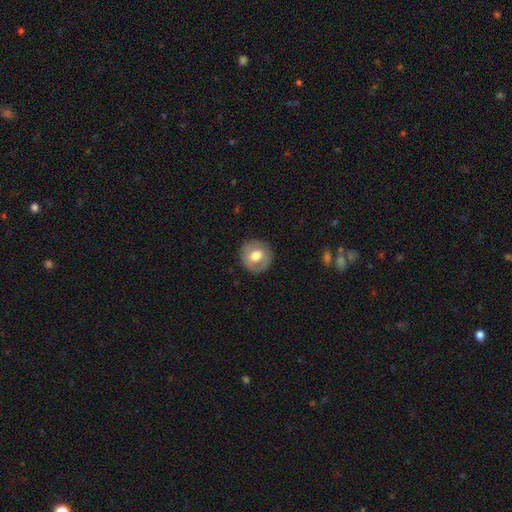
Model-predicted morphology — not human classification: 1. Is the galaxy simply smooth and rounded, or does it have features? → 61% smooth, 33% featured or disk, 7% star or artifact.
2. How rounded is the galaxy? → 90% round, 9% in between, 1% cigar-shaped.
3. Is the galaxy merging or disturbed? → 87% none, 9% minor disturbance, 3% major disturbance, 1% merger.